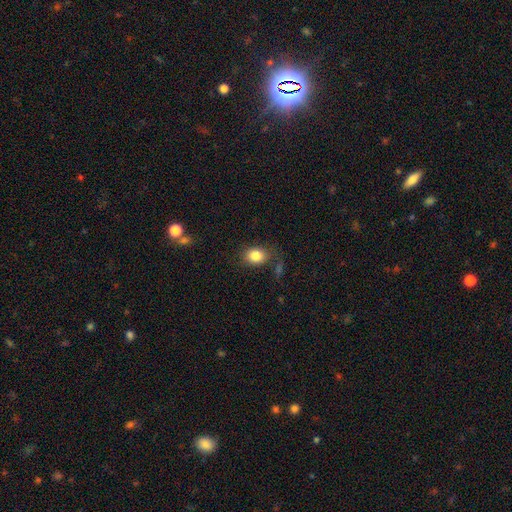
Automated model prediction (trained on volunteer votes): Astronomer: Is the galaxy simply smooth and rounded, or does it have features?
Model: smooth — 84%.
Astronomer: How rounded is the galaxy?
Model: in between — 57% (runner-up: round, 42%).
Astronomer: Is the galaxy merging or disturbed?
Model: none — 75%.